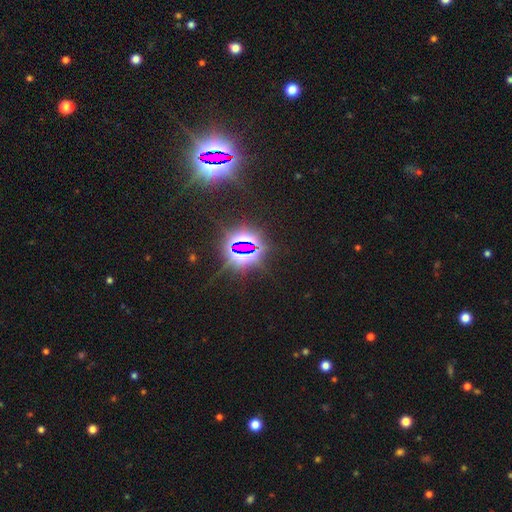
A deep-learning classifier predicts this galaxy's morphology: The model was most divided on "smooth or featured": star or artifact: 80%, smooth: 12%, featured or disk: 9%.